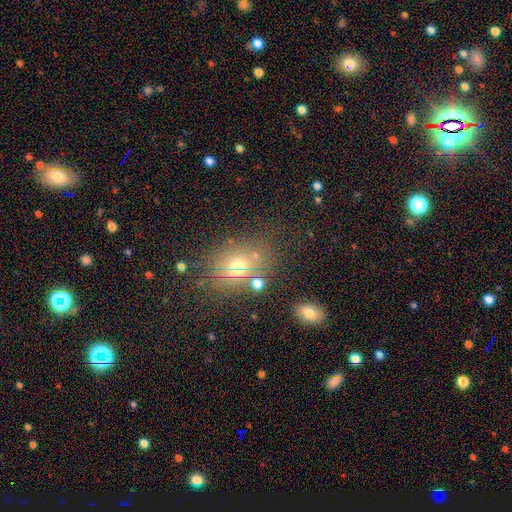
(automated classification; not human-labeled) Smooth or featured: smooth — 58% (star or artifact — 26%)
How rounded: in between — 58% (round — 40%)
Merging: none — 68% (merger — 14%)